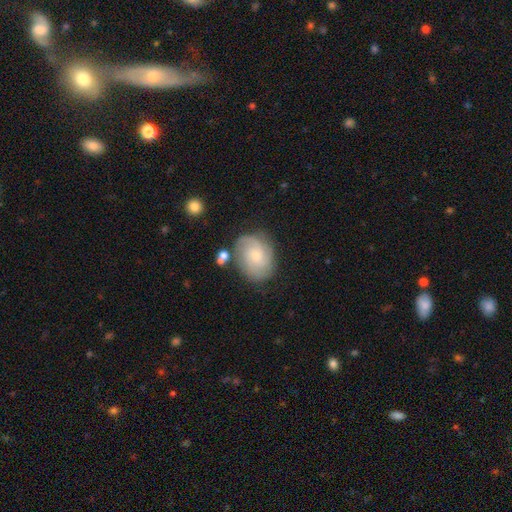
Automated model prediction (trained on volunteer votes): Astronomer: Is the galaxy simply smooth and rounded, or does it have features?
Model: featured or disk — 63%.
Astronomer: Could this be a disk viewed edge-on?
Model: no — 97%.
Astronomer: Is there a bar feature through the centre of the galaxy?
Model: no — 73%.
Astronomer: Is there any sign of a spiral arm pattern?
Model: yes — 89%.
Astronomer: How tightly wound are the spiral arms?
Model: tight — 50% (runner-up: medium, 37%).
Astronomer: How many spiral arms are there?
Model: can't tell — 31% (runner-up: 2, 29%).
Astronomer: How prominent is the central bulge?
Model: small — 72%.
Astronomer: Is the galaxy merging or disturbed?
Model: none — 71%.